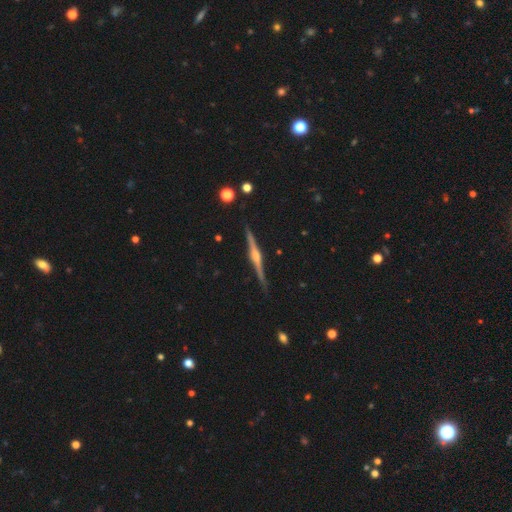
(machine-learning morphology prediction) Smooth or featured? Predicted: featured or disk (p=0.83). Edge-on disk? Predicted: yes (p=0.98). Edge-on bulge? Predicted: rounded (p=0.80). Merging? Predicted: none (p=0.89).